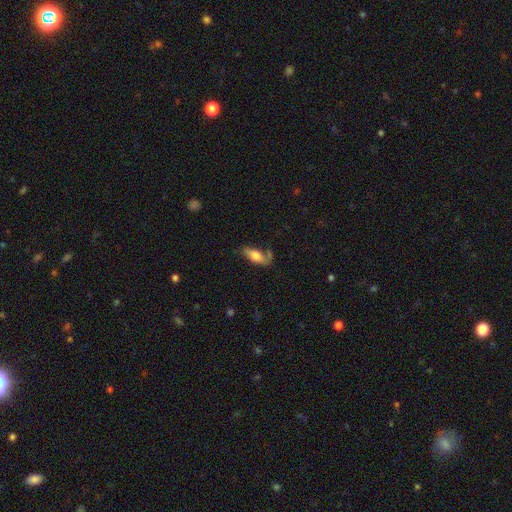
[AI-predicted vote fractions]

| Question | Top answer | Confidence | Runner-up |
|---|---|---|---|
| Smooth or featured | smooth | 66% | featured or disk (27%) |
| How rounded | in between | 82% | cigar-shaped (14%) |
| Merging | none | 50% | minor disturbance (26%) |